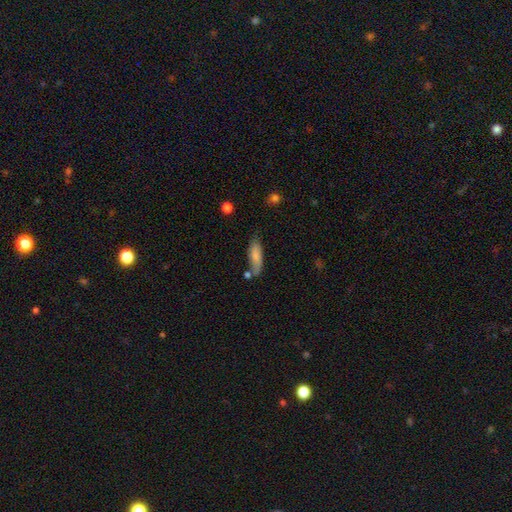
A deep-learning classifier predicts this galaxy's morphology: smooth 78%, featured or disk 16%, star or artifact 6%. Down the decision tree: how rounded — in between (53%); merging — none (58%).